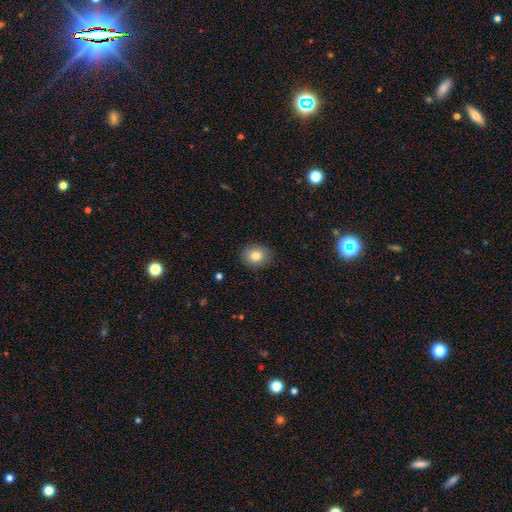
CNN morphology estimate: type=smooth (83%); roundness=round (61%); merging=none (88%).